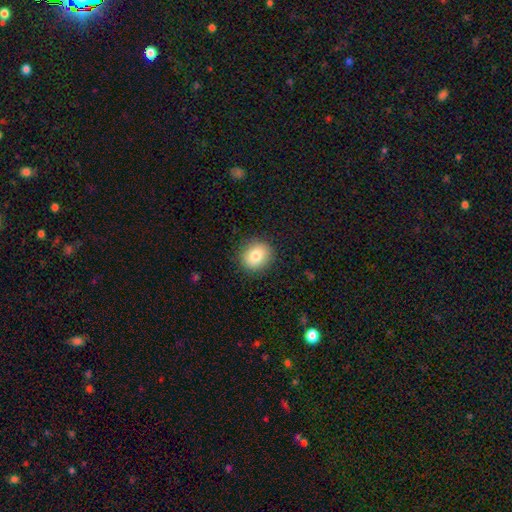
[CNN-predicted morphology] smooth_or_featured: smooth (p=0.81) [alt: featured or disk p=0.09]
how_rounded: round (p=0.71) [alt: in between p=0.28]
merging: none (p=0.89) [alt: minor disturbance p=0.08]